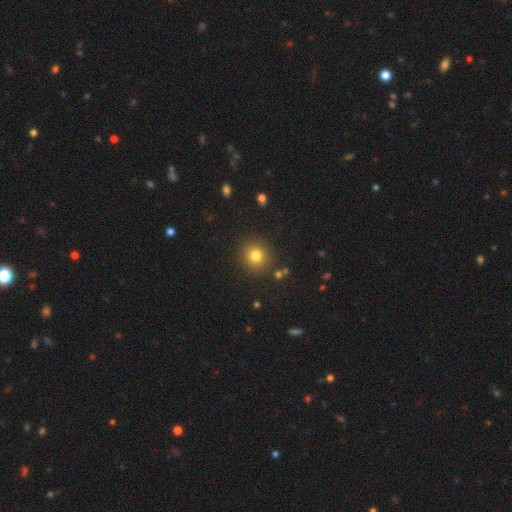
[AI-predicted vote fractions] Q: Smooth or featured?
A: smooth (79%); runner-up: star or artifact (14%)
Q: How rounded?
A: round (92%); runner-up: in between (7%)
Q: Merging?
A: none (89%); runner-up: minor disturbance (6%)